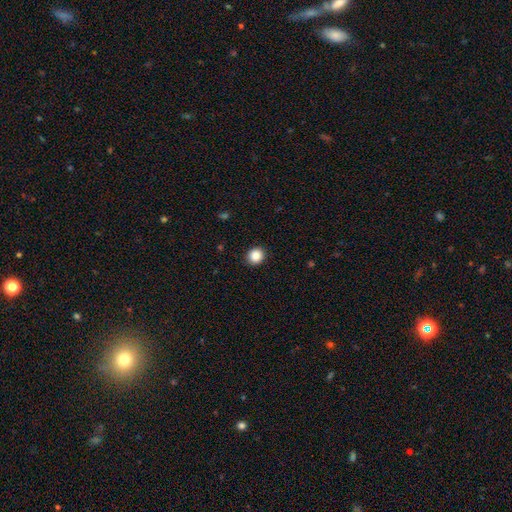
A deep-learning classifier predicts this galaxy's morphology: A smooth galaxy with no disk features (87%) that is round (84%).

Vote fractions:
- Smooth or featured? smooth: 87% / star or artifact: 10% / featured or disk: 3%
- How rounded? round: 84% / in between: 15% / cigar-shaped: 1%
- Merging? none: 91% / minor disturbance: 6% / major disturbance: 2% / merger: 1%